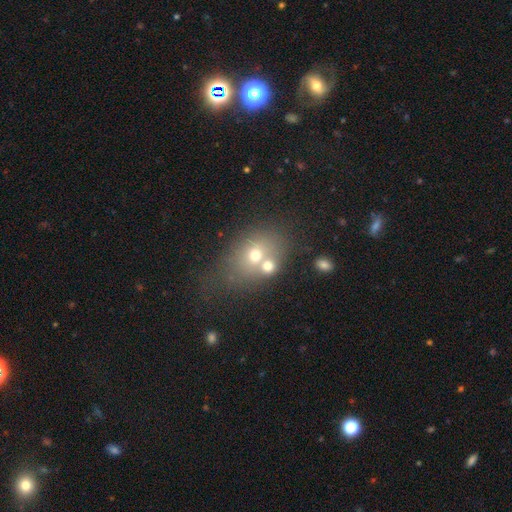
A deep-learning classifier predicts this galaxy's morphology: smooth 61%, featured or disk 25%, star or artifact 14%. Down the decision tree: how rounded — in between (60%); merging — none (42%).